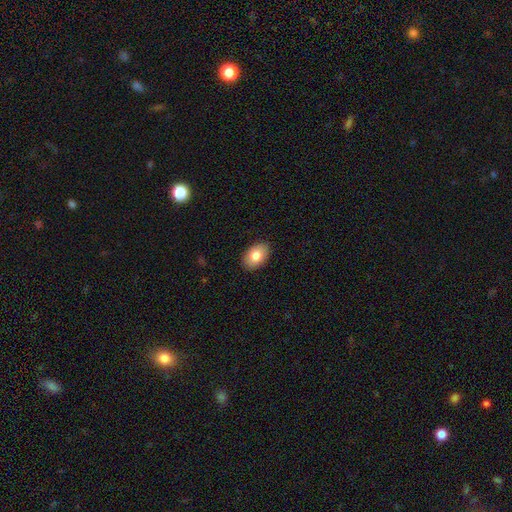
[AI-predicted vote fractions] This is clearly a smooth galaxy (82%). How rounded: clearly in between (89%). Merging: clearly none (89%).